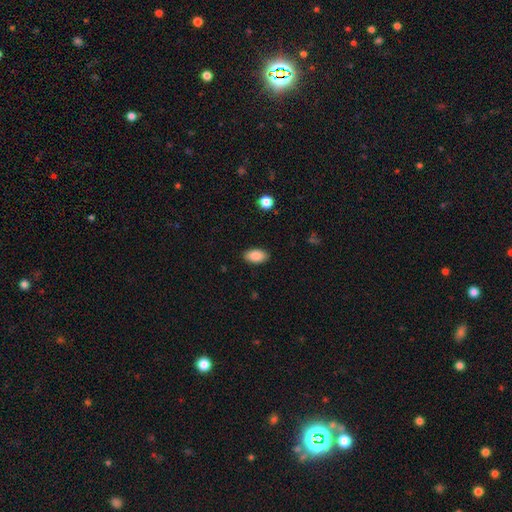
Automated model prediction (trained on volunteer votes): The model was most divided on "merging": none: 88%, minor disturbance: 8%, major disturbance: 2%, merger: 1%. More confident: how rounded — in between (93%); smooth or featured — smooth (89%).